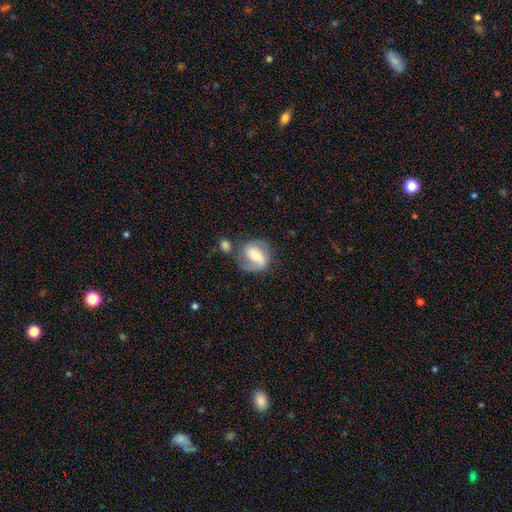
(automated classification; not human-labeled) This is likely a featured or disk galaxy (73%). It is clearly not viewed edge-on (97%). Bar: marginally weak (39%). Spiral arm pattern: clearly yes (90%). Spiral arm count: likely 2 (75%). Spiral winding: possibly medium (48%). Central bulge: possibly moderate (50%). Merging: possibly none (56%).